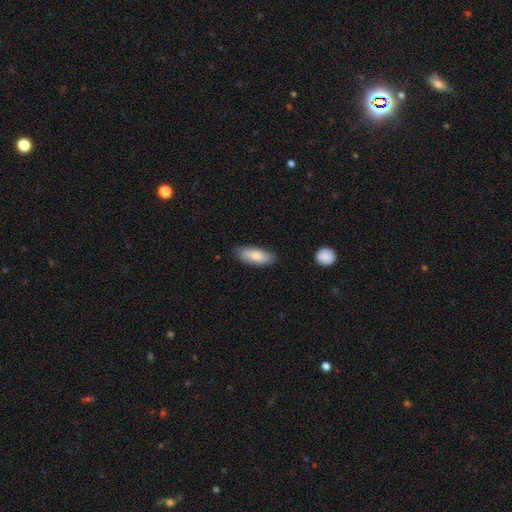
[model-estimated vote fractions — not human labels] Morphology: type=smooth (76%); roundness=in between (79%); merging=none (78%).